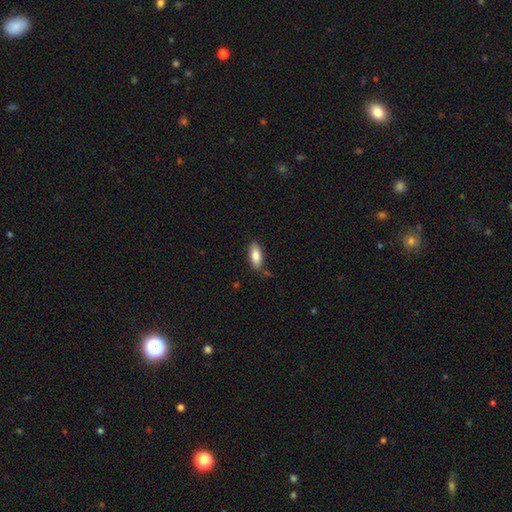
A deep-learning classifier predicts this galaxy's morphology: The model was most divided on "merging": none: 78%, minor disturbance: 16%, major disturbance: 3%, merger: 3%. More confident: smooth or featured — smooth (84%); how rounded — in between (84%).